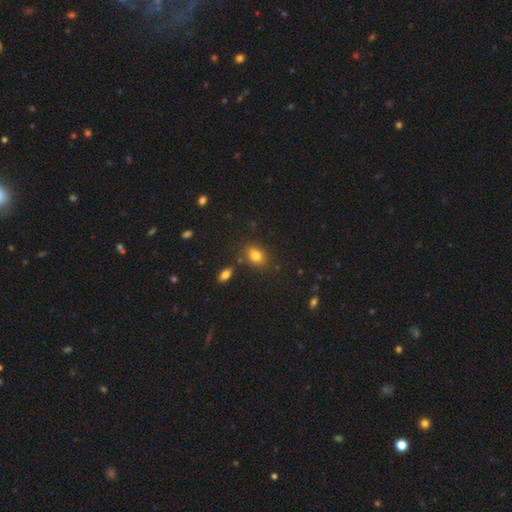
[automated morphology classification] Overall: smooth (81%). How rounded: in between (67%; round 31%). Merging: none (78%).